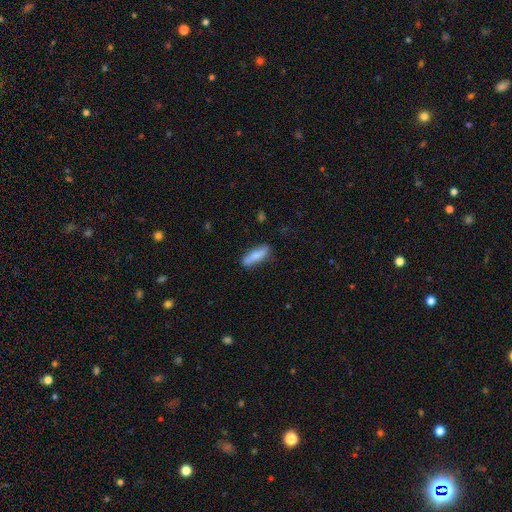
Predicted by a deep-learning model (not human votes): Smooth or featured?
  - smooth: 75% *
  - featured or disk: 19%
  - star or artifact: 6%
How rounded?
  - cigar-shaped: 57% *
  - in between: 41%
  - round: 2%
Merging?
  - none: 75% *
  - minor disturbance: 16%
  - merger: 5%
  - major disturbance: 3%